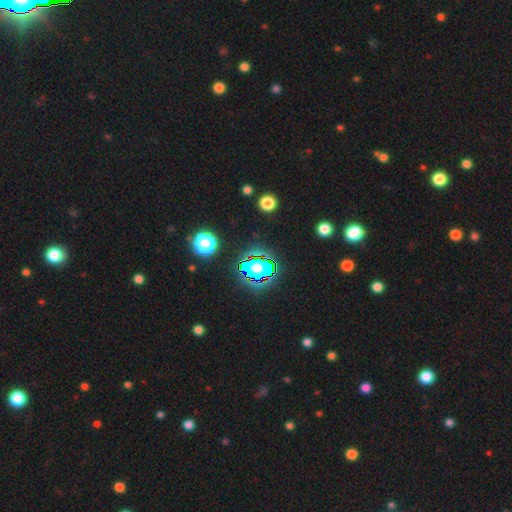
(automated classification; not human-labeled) This is likely a star or artifact rather than a galaxy (78%).